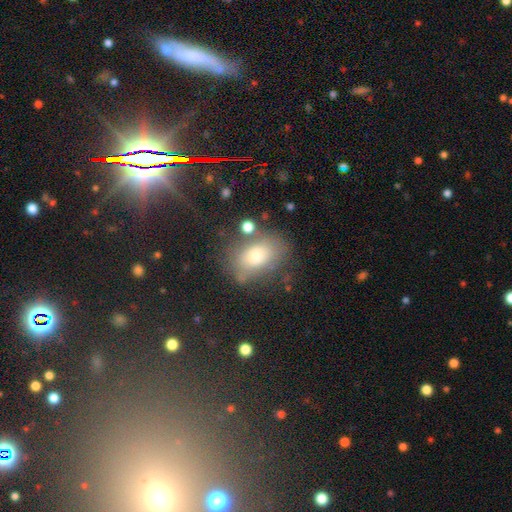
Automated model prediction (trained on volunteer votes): This is likely a smooth galaxy (70%). How rounded: clearly in between (80%). Merging: likely none (63%).